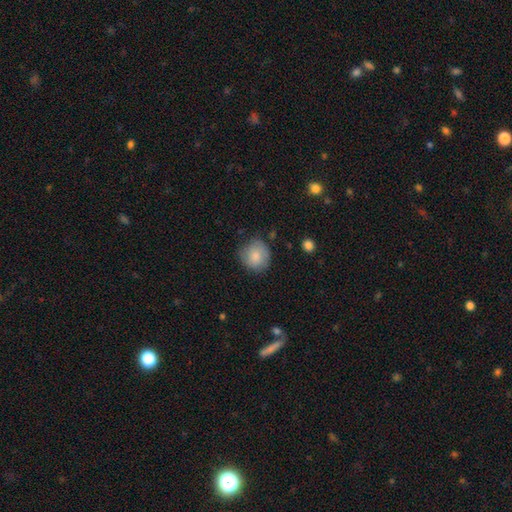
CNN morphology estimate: Overall: smooth (82%). How rounded: round (86%). Merging: none (74%).